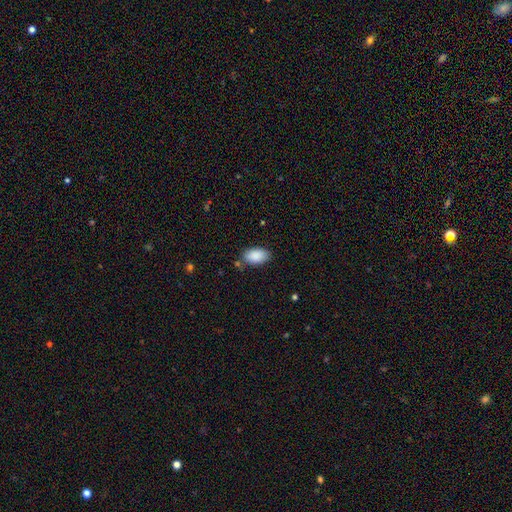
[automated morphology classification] smooth 89%, star or artifact 7%, featured or disk 4%. Down the decision tree: how rounded — in between (94%); merging — none (78%).